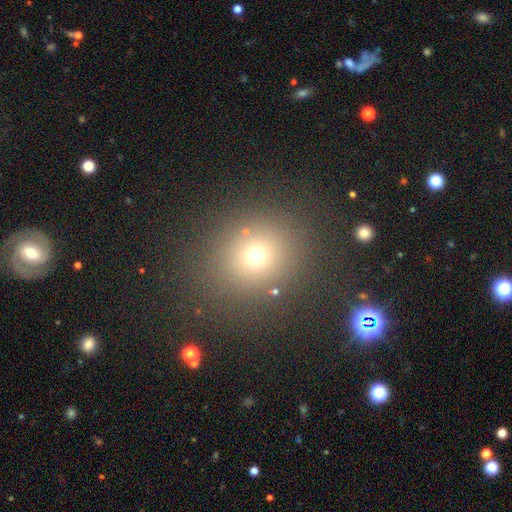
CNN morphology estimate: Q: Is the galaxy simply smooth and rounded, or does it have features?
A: smooth — 68%.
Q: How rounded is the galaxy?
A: round — 81%.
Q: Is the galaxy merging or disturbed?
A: none — 85%.